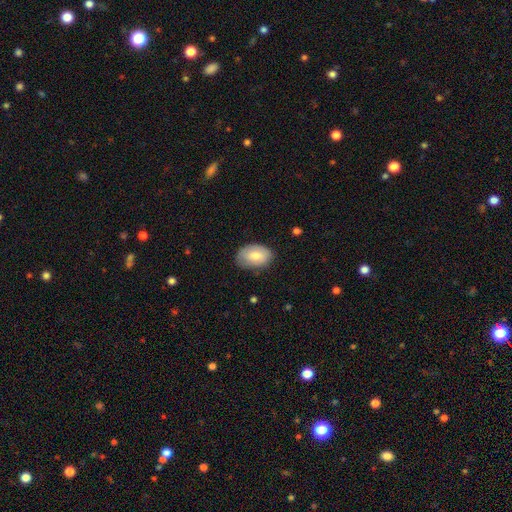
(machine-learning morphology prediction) Overall: smooth (75%). How rounded: in between (90%). Merging: none (76%).